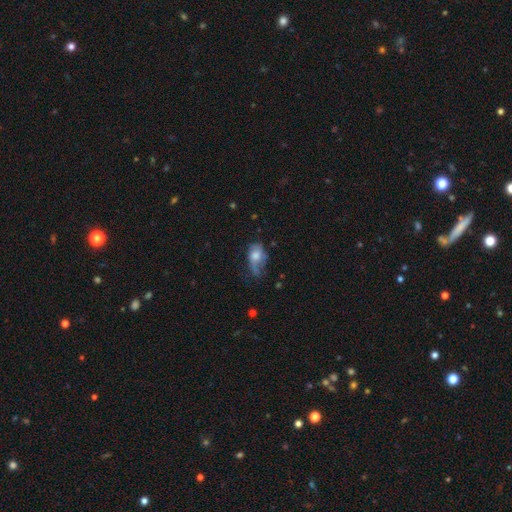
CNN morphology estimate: Smooth or featured?
  - smooth: 59% *
  - featured or disk: 32%
  - star or artifact: 9%
How rounded?
  - in between: 84% *
  - round: 13%
  - cigar-shaped: 3%
Merging?
  - minor disturbance: 35% *
  - major disturbance: 32%
  - none: 31%
  - merger: 3%